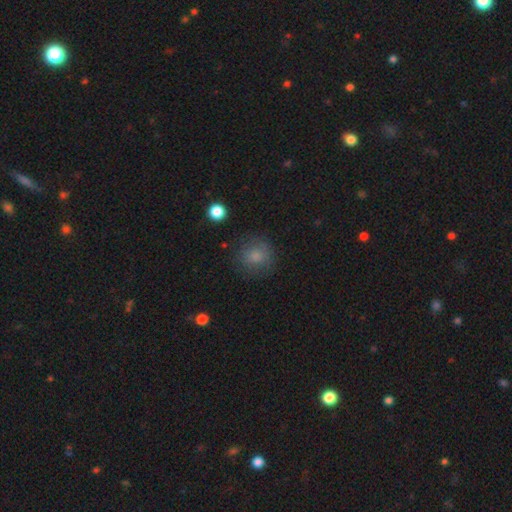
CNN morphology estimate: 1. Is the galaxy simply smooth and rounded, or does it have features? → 80% smooth, 11% star or artifact, 8% featured or disk.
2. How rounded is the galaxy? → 89% round, 11% in between, 1% cigar-shaped.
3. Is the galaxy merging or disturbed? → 78% none, 14% minor disturbance, 6% major disturbance, 2% merger.